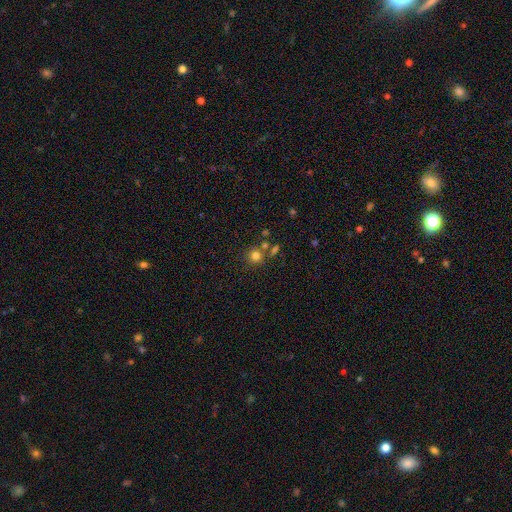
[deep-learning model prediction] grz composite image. It shows a smooth galaxy with no disk features (78%) that is round (92%). Merging: none (74%).